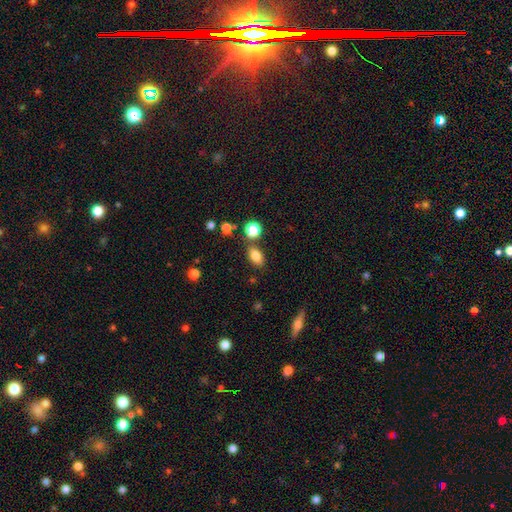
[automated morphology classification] Smooth or featured? smooth (81%)
How rounded? in between (85%)
Merging? none (75%)